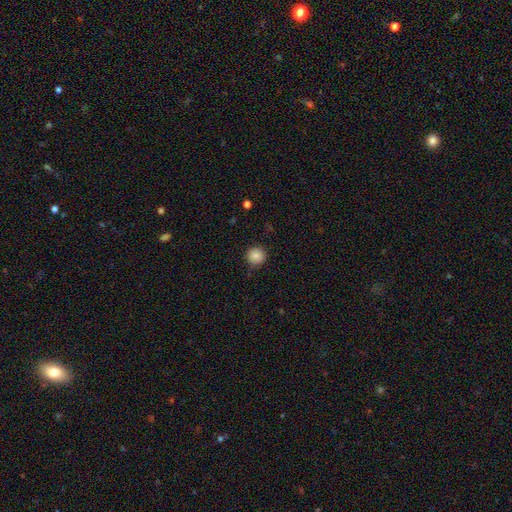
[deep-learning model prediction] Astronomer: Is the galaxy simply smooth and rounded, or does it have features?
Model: smooth — 86%.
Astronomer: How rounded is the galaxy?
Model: round — 95%.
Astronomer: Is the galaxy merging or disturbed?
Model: none — 88%.